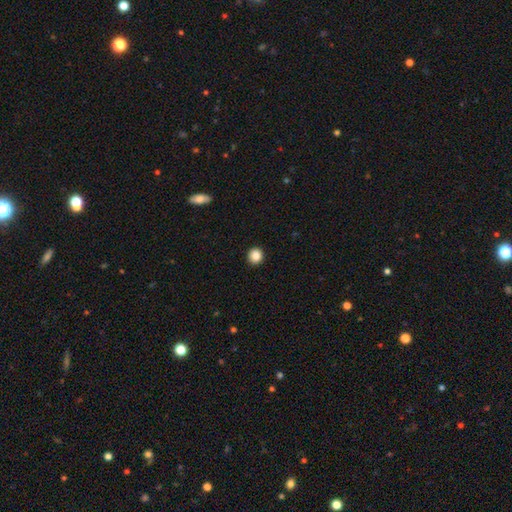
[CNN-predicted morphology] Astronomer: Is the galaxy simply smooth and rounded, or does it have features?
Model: smooth — 87%.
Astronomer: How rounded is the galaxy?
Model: round — 94%.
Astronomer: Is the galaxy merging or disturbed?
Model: none — 93%.